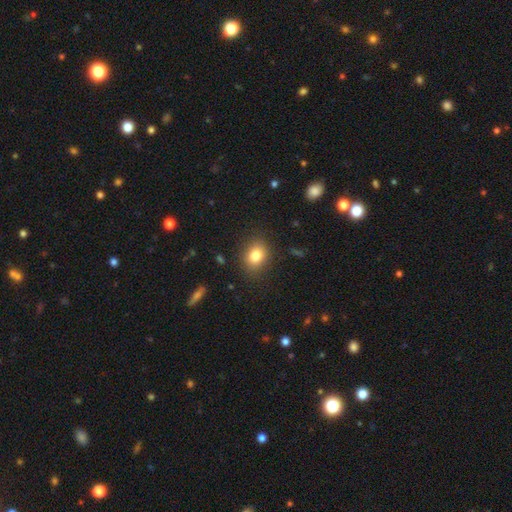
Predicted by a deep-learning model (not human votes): The model was most divided on "how rounded": round: 50%, in between: 49%, cigar-shaped: 1%. More confident: merging — none (86%); smooth or featured — smooth (81%).